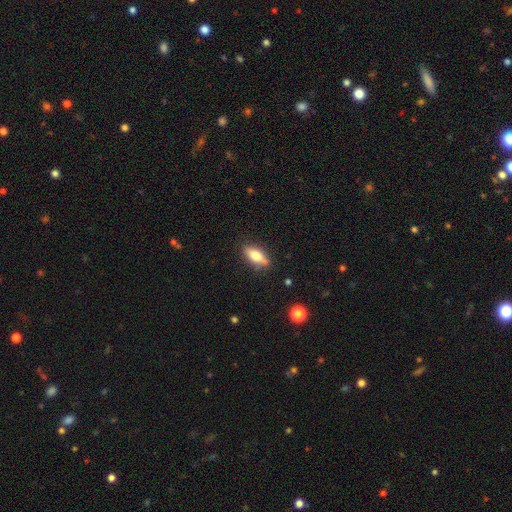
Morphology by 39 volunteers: smooth 64%, featured or disk 31%, star or artifact 5%. Down the decision tree: how rounded — in between (72%); merging — none (84%).